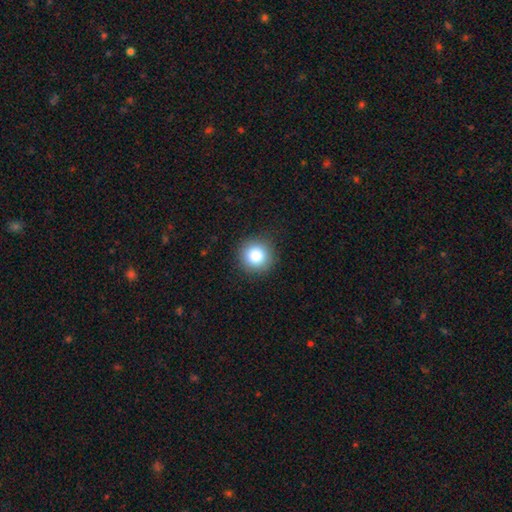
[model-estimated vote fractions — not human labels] Overall: smooth (85%). How rounded: round (95%). Merging: none (90%).